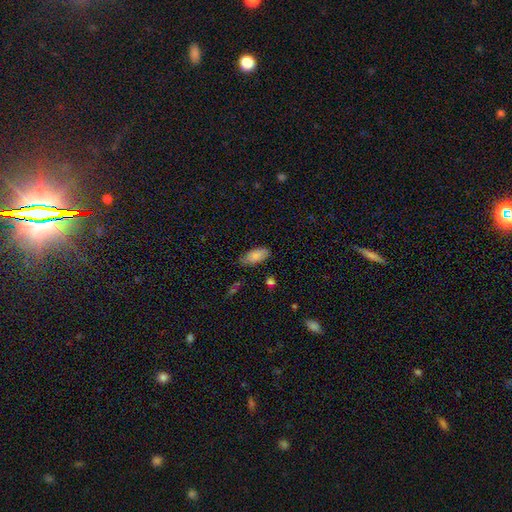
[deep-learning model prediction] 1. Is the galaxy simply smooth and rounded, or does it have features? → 84% smooth, 9% featured or disk, 7% star or artifact.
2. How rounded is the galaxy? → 89% in between, 9% cigar-shaped, 2% round.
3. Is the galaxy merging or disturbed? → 76% none, 19% minor disturbance, 4% major disturbance, 2% merger.